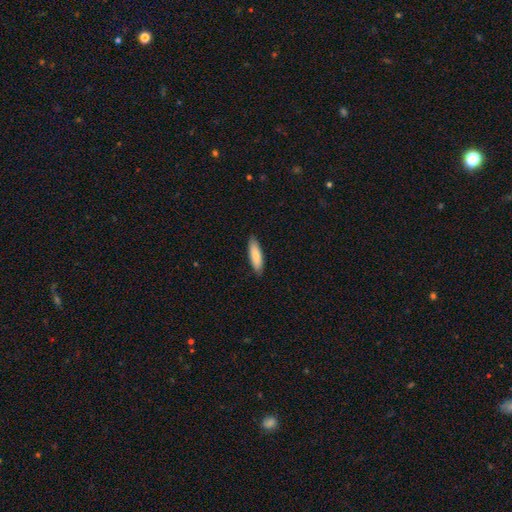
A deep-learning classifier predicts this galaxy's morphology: type=smooth (83%); roundness=cigar-shaped (57%); merging=none (88%).